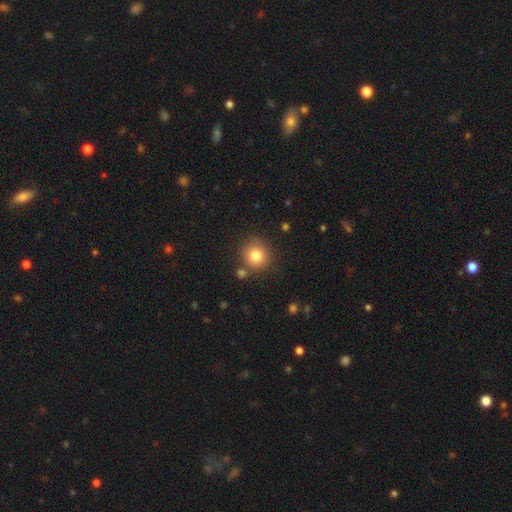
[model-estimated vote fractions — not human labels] A smooth galaxy with no disk features (80%) that is round (91%).

Vote fractions:
- Smooth or featured? smooth: 80% / star or artifact: 11% / featured or disk: 9%
- How rounded? round: 91% / in between: 8% / cigar-shaped: 1%
- Merging? none: 78% / minor disturbance: 10% / merger: 9% / major disturbance: 3%